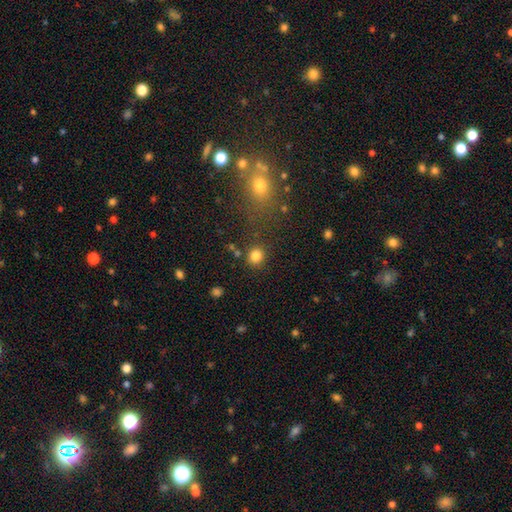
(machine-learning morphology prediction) smooth 83%, star or artifact 12%, featured or disk 5%. Down the decision tree: how rounded — round (82%); merging — none (83%).